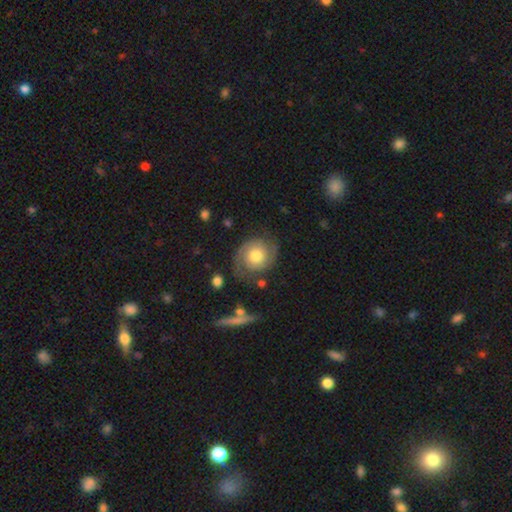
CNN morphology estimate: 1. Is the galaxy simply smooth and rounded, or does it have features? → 78% featured or disk, 15% smooth, 6% star or artifact.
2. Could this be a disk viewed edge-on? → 98% no, 2% yes.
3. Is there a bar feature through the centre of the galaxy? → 77% no, 19% weak, 4% strong.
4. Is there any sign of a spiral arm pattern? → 95% yes, 5% no.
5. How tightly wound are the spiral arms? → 54% tight, 36% medium, 10% loose.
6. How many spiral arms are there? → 88% 2, 5% can't tell, 3% 1, 2% 3, 1% 4, 1% more than 4.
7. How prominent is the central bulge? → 67% moderate, 16% small, 13% large, 2% dominant, 2% none.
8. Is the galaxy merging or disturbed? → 77% none, 14% minor disturbance, 7% major disturbance, 2% merger.